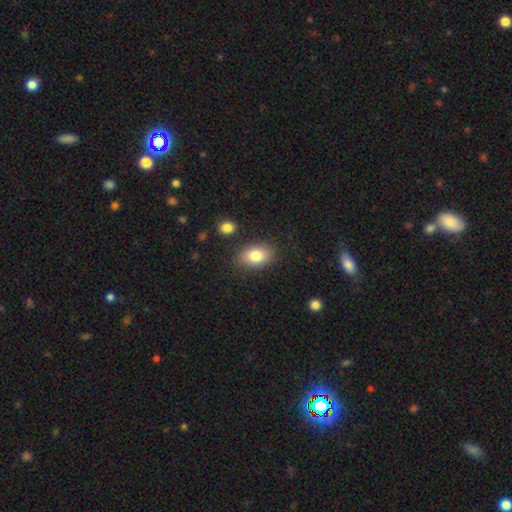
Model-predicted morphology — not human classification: smooth 81%, featured or disk 10%, star or artifact 8%. Down the decision tree: how rounded — in between (83%); merging — none (84%).